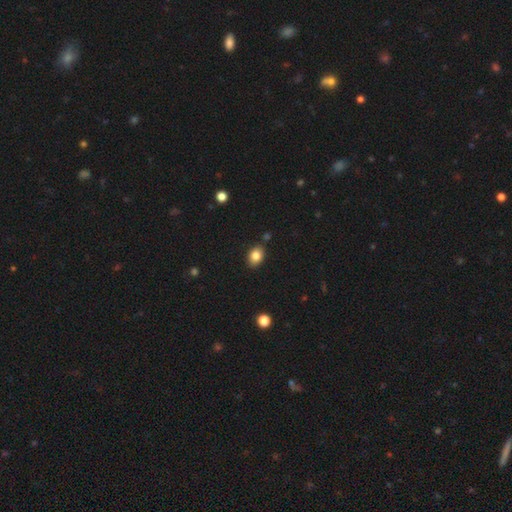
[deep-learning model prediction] Smooth or featured: smooth — 83% (star or artifact — 9%)
How rounded: in between — 73% (round — 26%)
Merging: none — 84% (minor disturbance — 11%)